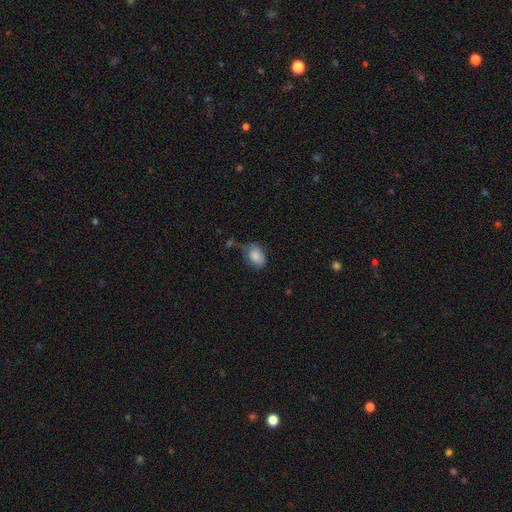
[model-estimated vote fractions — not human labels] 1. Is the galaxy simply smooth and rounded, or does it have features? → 85% smooth, 8% star or artifact, 8% featured or disk.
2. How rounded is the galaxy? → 85% in between, 14% round, 1% cigar-shaped.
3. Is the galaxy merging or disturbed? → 51% none, 32% minor disturbance, 11% major disturbance, 6% merger.